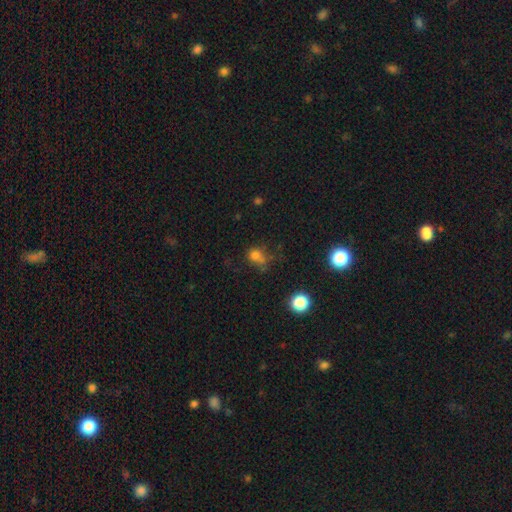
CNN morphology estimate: smooth-or-featured: smooth: 69% | star or artifact: 20% | featured or disk: 11%
  how-rounded: round: 64% | in between: 35% | cigar-shaped: 2%
  merging: none: 43% | minor disturbance: 23% | major disturbance: 20% | merger: 14%